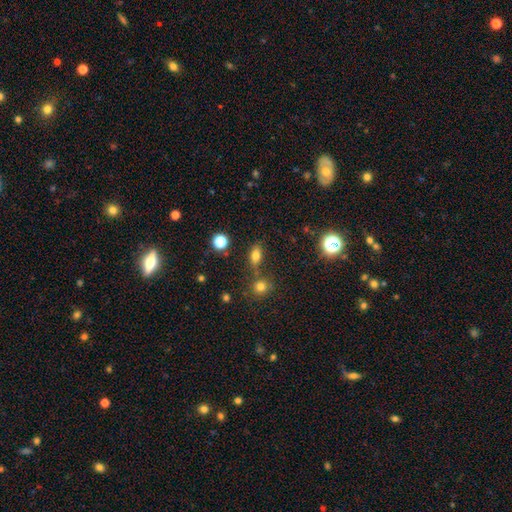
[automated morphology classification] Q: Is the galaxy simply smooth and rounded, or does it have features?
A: smooth — 74%.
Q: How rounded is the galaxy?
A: in between — 78%.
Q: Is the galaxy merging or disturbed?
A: none — 69%.